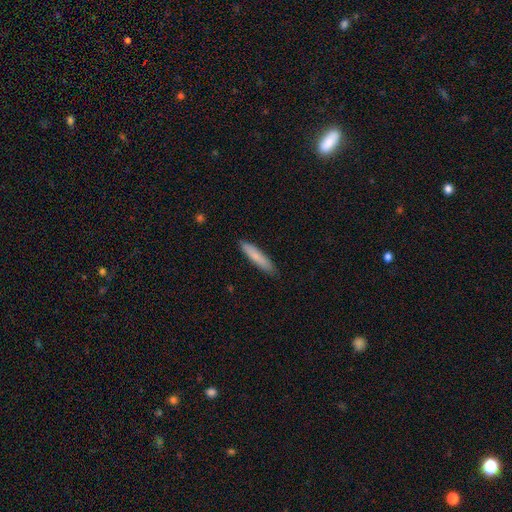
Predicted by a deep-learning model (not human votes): A smooth galaxy with no disk features (80%) that is cigar-shaped (86%).

Vote fractions:
- Smooth or featured? smooth: 80% / featured or disk: 14% / star or artifact: 6%
- How rounded? cigar-shaped: 86% / in between: 13% / round: 1%
- Merging? none: 87% / minor disturbance: 10% / major disturbance: 2% / merger: 1%